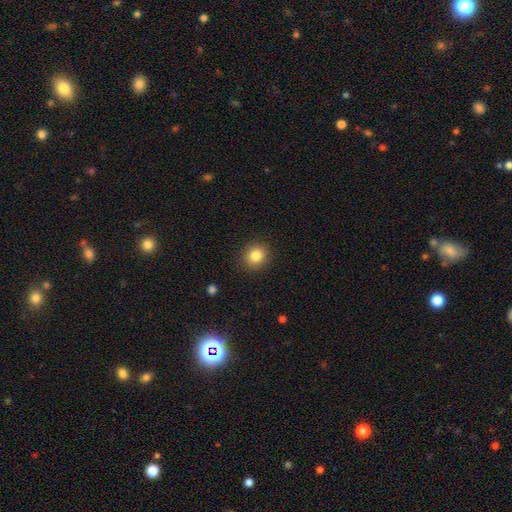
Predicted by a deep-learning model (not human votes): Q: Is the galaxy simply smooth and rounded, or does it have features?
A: smooth — 83%.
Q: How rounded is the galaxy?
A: round — 85%.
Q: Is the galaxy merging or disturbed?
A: none — 91%.